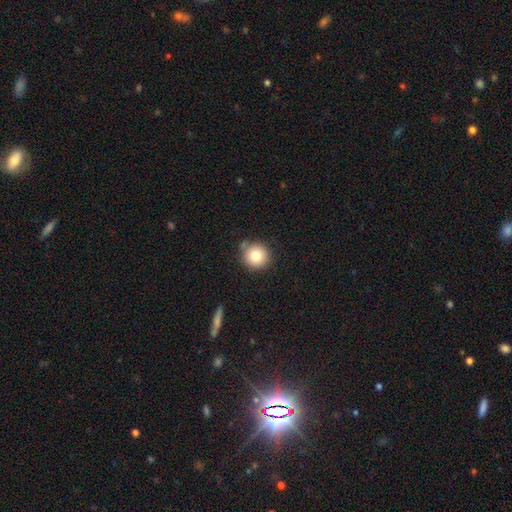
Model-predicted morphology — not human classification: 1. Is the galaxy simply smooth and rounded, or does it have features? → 80% smooth, 10% star or artifact, 10% featured or disk.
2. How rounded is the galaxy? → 94% round, 5% in between, 1% cigar-shaped.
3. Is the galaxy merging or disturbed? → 79% none, 13% minor disturbance, 5% merger, 3% major disturbance.